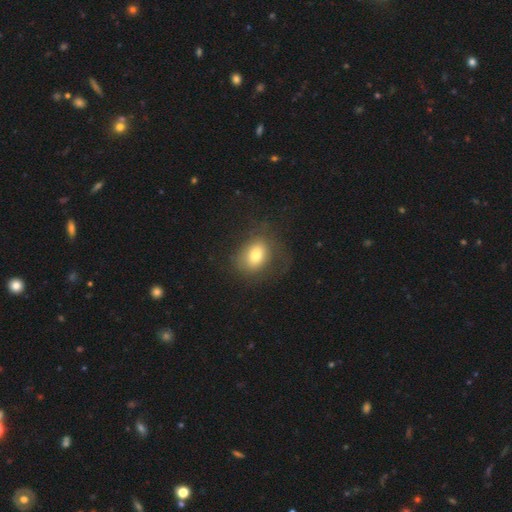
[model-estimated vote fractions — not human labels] Smooth or featured: smooth — 73% (featured or disk — 17%)
How rounded: in between — 55% (round — 44%)
Merging: none — 60% (minor disturbance — 20%)